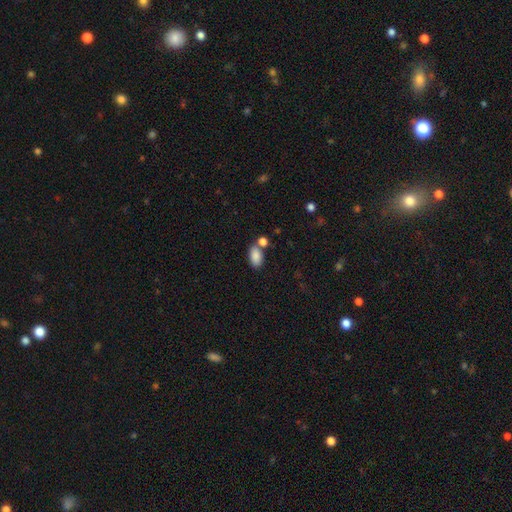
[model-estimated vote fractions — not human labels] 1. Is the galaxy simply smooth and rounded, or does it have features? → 87% smooth, 8% star or artifact, 6% featured or disk.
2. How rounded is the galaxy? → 93% in between, 5% round, 2% cigar-shaped.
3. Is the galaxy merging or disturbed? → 61% none, 23% merger, 13% minor disturbance, 4% major disturbance.